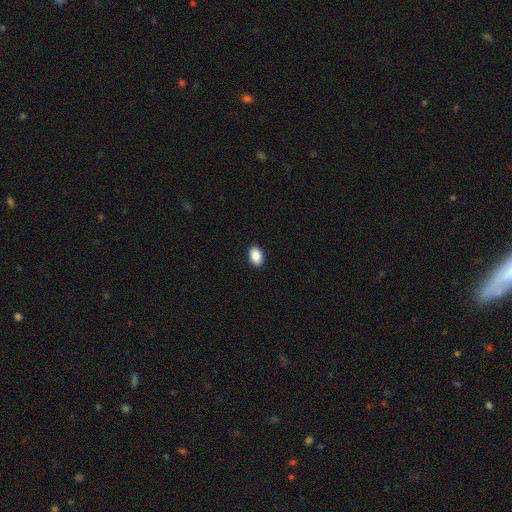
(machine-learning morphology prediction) smooth_or_featured: smooth (p=0.89) [alt: star or artifact p=0.07]
how_rounded: in between (p=0.88) [alt: round p=0.11]
merging: none (p=0.91) [alt: minor disturbance p=0.07]